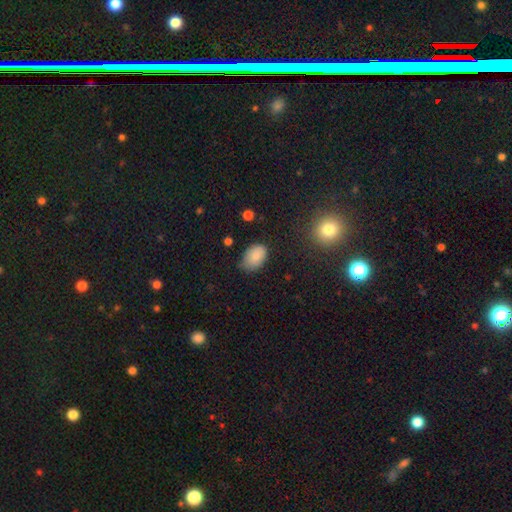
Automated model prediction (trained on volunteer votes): Overall: smooth (81%). How rounded: in between (86%). Merging: none (59%; minor disturbance 32%).